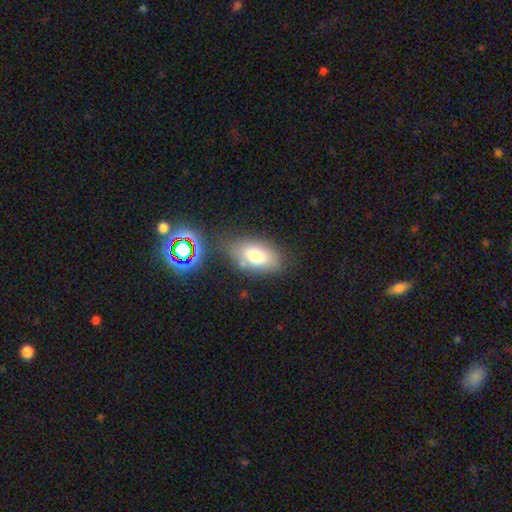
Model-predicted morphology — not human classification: smooth-or-featured: smooth: 72% | featured or disk: 16% | star or artifact: 11%
  how-rounded: in between: 88% | round: 9% | cigar-shaped: 3%
  merging: none: 67% | minor disturbance: 17% | merger: 9% | major disturbance: 6%